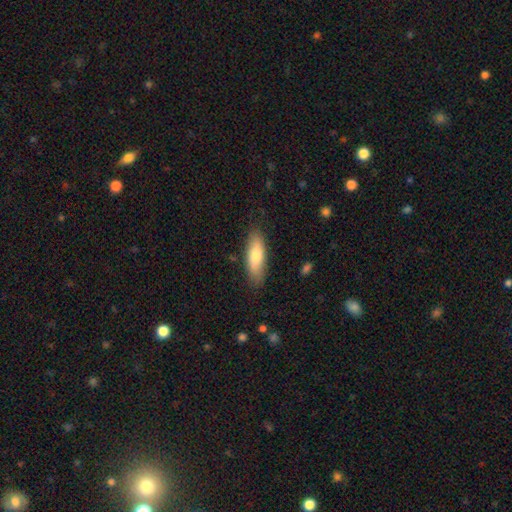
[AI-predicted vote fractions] This appears to be a smooth galaxy with no disk features (74%) that is in between round and cigar-shaped (56%). Merging: none (84%).